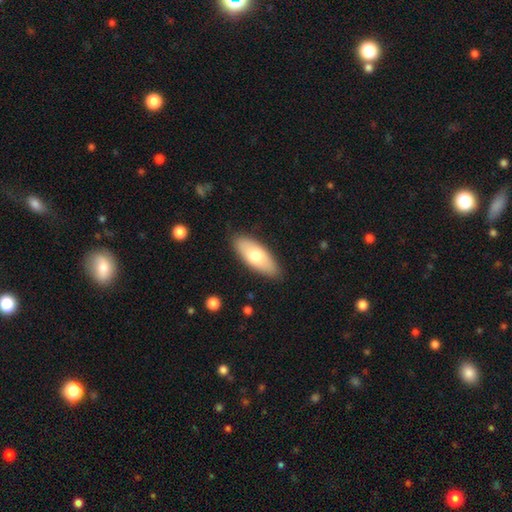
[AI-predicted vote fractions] This is likely a smooth galaxy (69%). How rounded: likely in between (79%). Merging: clearly none (86%).